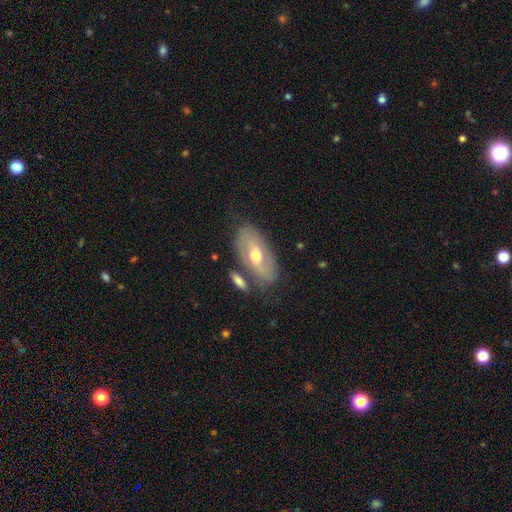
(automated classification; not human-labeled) A featured or disk galaxy (60%) with no bar (41%), spiral arms (55%) and a moderate central bulge (74%).

Vote fractions:
- Smooth or featured? featured or disk: 60% / smooth: 34% / star or artifact: 6%
- Edge-on disk? no: 85% / yes: 15%
- Bar? no: 41% / weak: 37% / strong: 22%
- Spiral arms? yes: 55% / no: 45%
- Bulge size? moderate: 74% / small: 19% / large: 5% / dominant: 1% / none: 1%
- Merging? none: 69% / minor disturbance: 16% / merger: 9% / major disturbance: 6%